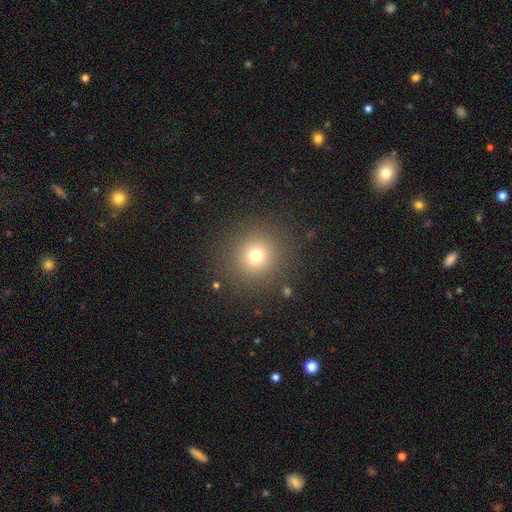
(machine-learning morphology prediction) This is likely a smooth galaxy (72%). How rounded: clearly round (94%). Merging: clearly none (88%).